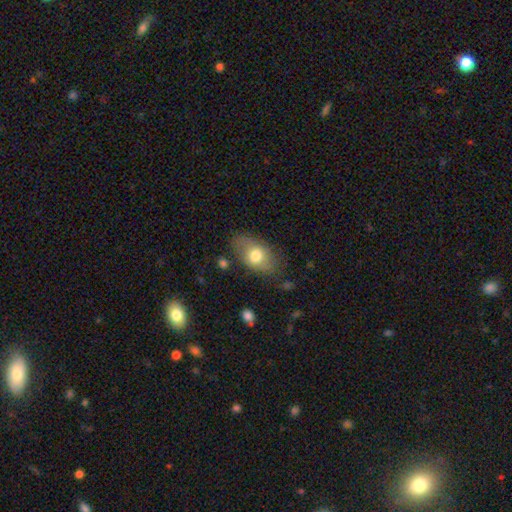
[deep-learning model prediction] Smooth or featured? Predicted: smooth (p=0.71). How rounded? Predicted: in between (p=0.88). Merging? Predicted: none (p=0.70).